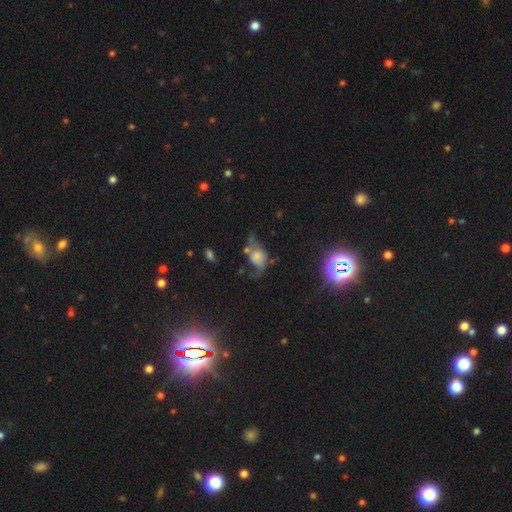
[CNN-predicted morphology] featured or disk 44%, smooth 36%, star or artifact 19%. Down the decision tree: merging — none (35%).